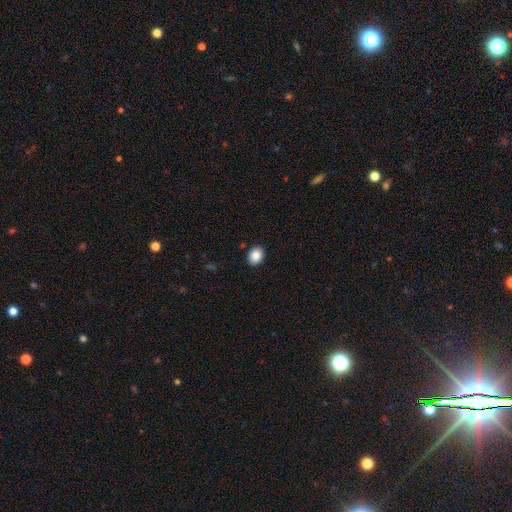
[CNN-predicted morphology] Q: Smooth or featured?
A: smooth (88%); runner-up: star or artifact (8%)
Q: How rounded?
A: in between (67%); runner-up: round (32%)
Q: Merging?
A: none (90%); runner-up: minor disturbance (7%)